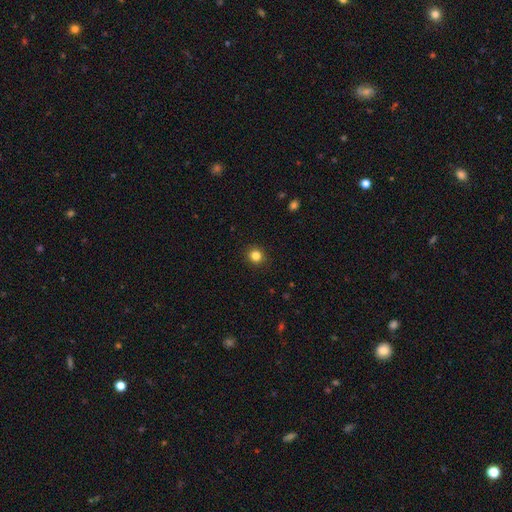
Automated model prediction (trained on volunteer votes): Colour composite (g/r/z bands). It shows a smooth galaxy with no disk features (83%) that is round (87%). Merging: none (91%).